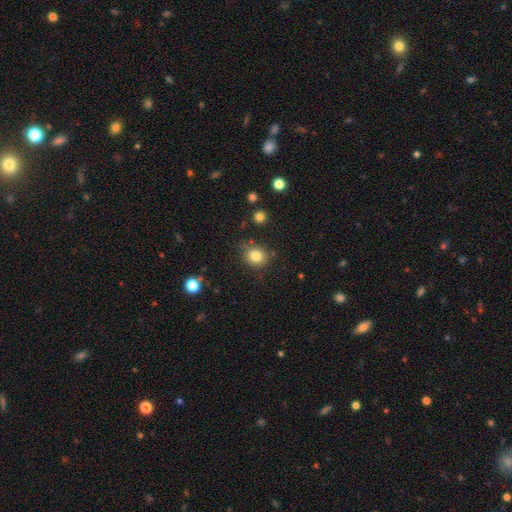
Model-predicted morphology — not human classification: Smooth or featured? Predicted: smooth (p=0.83). How rounded? Predicted: round (p=0.74). Merging? Predicted: none (p=0.79).